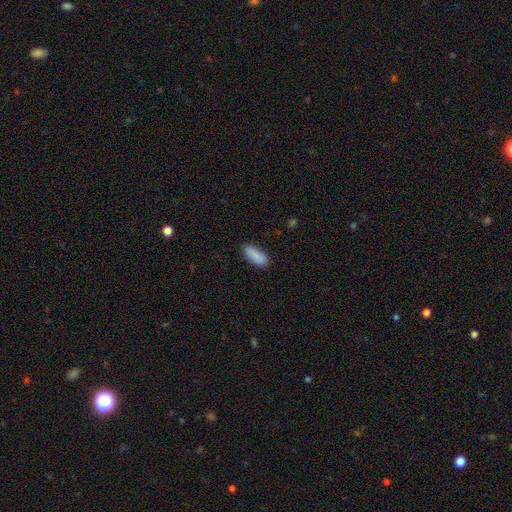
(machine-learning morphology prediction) Smooth or featured? smooth (89%)
How rounded? in between (76%)
Merging? none (86%)